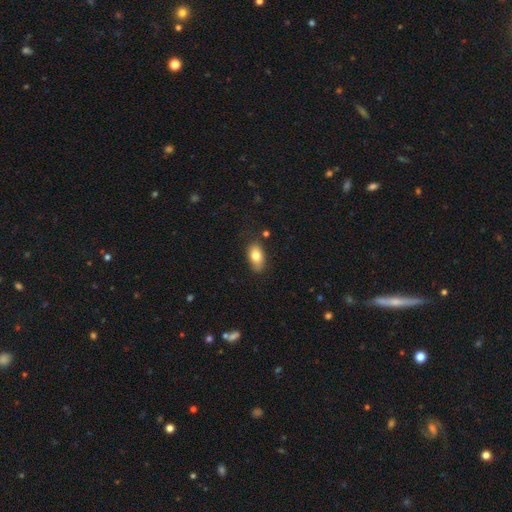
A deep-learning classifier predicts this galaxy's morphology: Smooth or featured?
  - smooth: 78% *
  - featured or disk: 14%
  - star or artifact: 8%
How rounded?
  - in between: 91% *
  - round: 5%
  - cigar-shaped: 4%
Merging?
  - none: 78% *
  - minor disturbance: 16%
  - major disturbance: 3%
  - merger: 2%